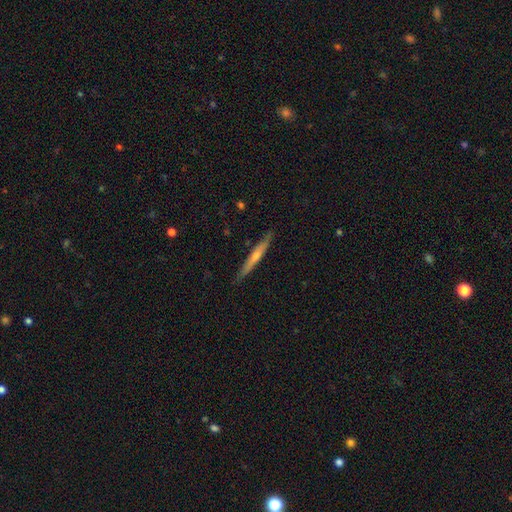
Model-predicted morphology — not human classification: Q: Smooth or featured?
A: featured or disk (56%); runner-up: smooth (38%)
Q: Edge-on disk?
A: yes (96%); runner-up: no (4%)
Q: Edge-on bulge?
A: rounded (55%); runner-up: none (40%)
Q: Merging?
A: none (89%); runner-up: minor disturbance (9%)